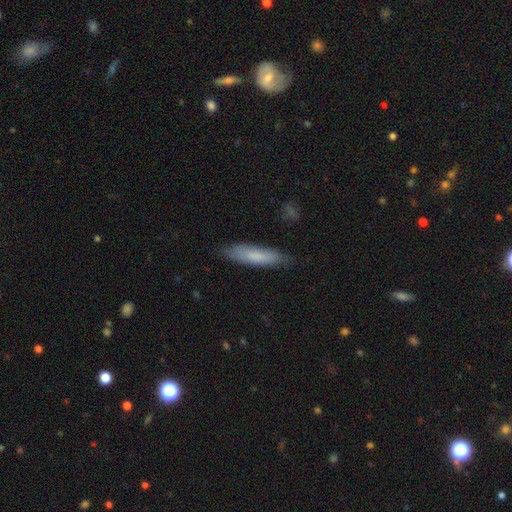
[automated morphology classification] smooth-or-featured: smooth: 78% | featured or disk: 16% | star or artifact: 6%
  how-rounded: cigar-shaped: 78% | in between: 20% | round: 1%
  merging: none: 83% | minor disturbance: 14% | major disturbance: 3% | merger: 1%